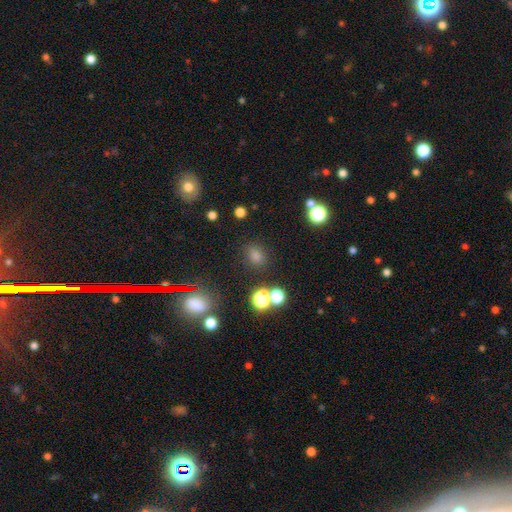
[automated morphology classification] Smooth or featured? smooth (69%)
How rounded? round (53%)
Merging? none (82%)